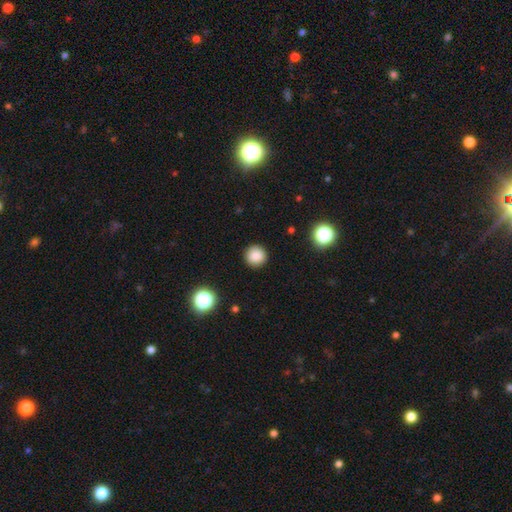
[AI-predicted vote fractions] Smooth or featured? smooth (85%)
How rounded? round (94%)
Merging? none (91%)